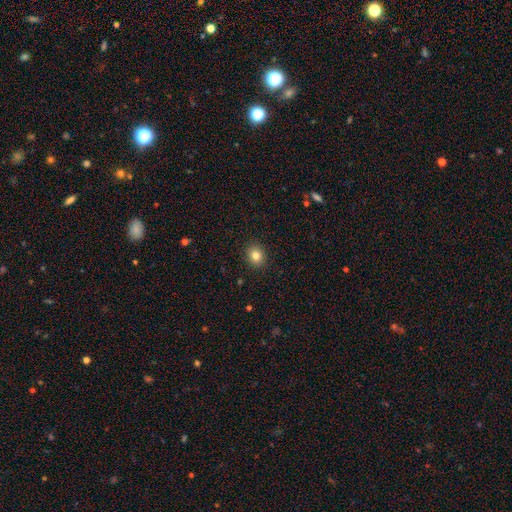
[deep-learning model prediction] A smooth galaxy with no disk features (82%) that is round (66%). Merging: none (91%).